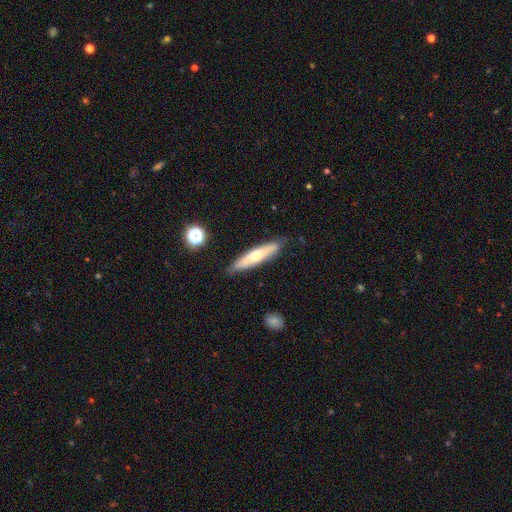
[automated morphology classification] smooth-or-featured: smooth: 51% | featured or disk: 43% | star or artifact: 7%
  how-rounded: cigar-shaped: 82% | in between: 17% | round: 2%
  merging: none: 82% | minor disturbance: 14% | major disturbance: 3% | merger: 2%